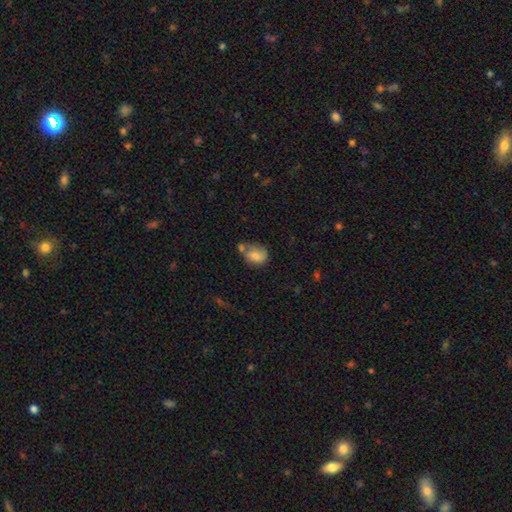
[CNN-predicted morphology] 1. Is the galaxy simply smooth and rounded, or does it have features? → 70% smooth, 22% featured or disk, 9% star or artifact.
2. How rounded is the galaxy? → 61% in between, 38% round, 1% cigar-shaped.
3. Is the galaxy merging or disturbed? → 38% none, 26% minor disturbance, 25% merger, 11% major disturbance.